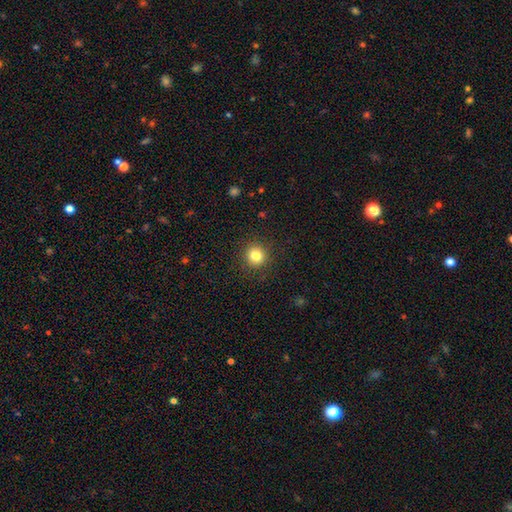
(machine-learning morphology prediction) Smooth or featured?
  - smooth: 82% *
  - star or artifact: 12%
  - featured or disk: 6%
How rounded?
  - round: 93% *
  - in between: 6%
  - cigar-shaped: 1%
Merging?
  - none: 91% *
  - minor disturbance: 6%
  - major disturbance: 2%
  - merger: 1%